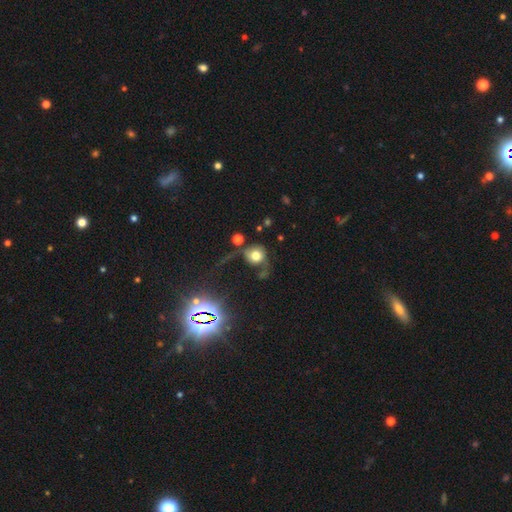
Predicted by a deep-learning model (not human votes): This is likely a smooth galaxy (66%). How rounded: clearly round (81%). Merging: marginally none (38%).